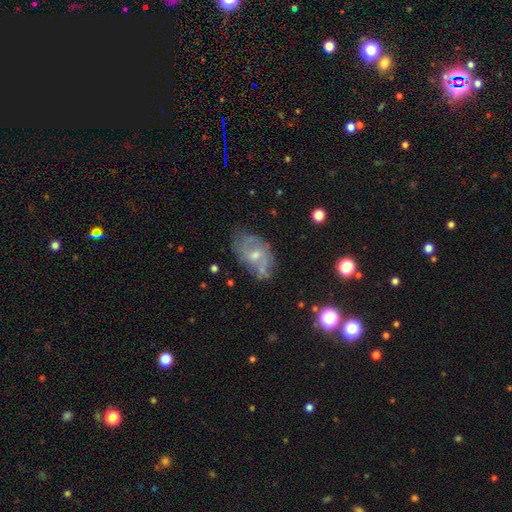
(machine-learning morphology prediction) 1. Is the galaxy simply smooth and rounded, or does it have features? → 67% featured or disk, 24% smooth, 9% star or artifact.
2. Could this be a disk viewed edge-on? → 96% no, 4% yes.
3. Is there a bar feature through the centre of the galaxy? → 51% no, 42% weak, 7% strong.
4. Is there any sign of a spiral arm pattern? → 77% yes, 23% no.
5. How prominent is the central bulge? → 49% moderate, 45% small, 3% none, 2% large, 1% dominant.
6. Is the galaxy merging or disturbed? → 59% none, 25% minor disturbance, 11% major disturbance, 5% merger.